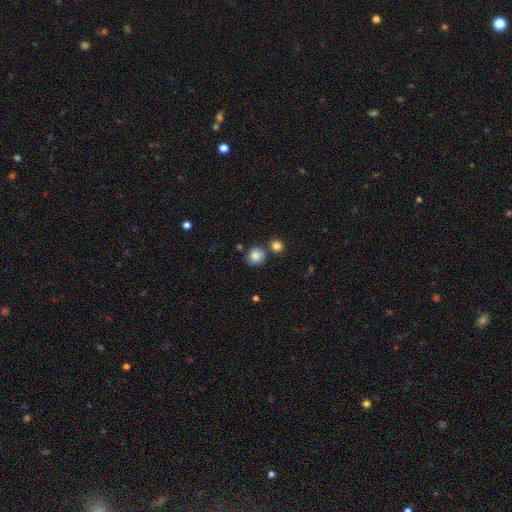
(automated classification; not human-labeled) A smooth galaxy with no disk features (84%) that is round (82%). Merging: none (72%).